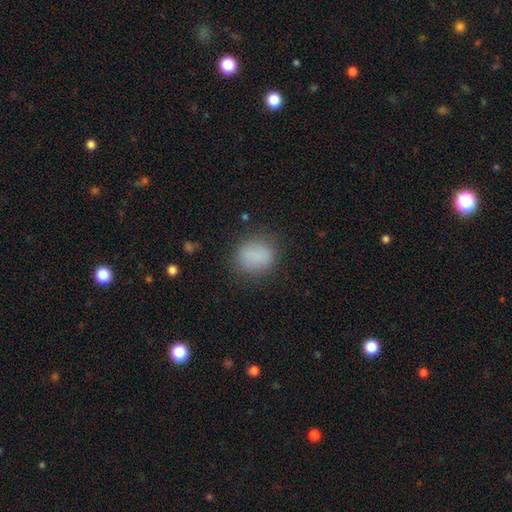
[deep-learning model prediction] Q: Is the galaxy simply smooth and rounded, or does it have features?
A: smooth — 83%.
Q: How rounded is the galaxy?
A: round — 68%.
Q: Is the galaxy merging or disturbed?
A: none — 81%.